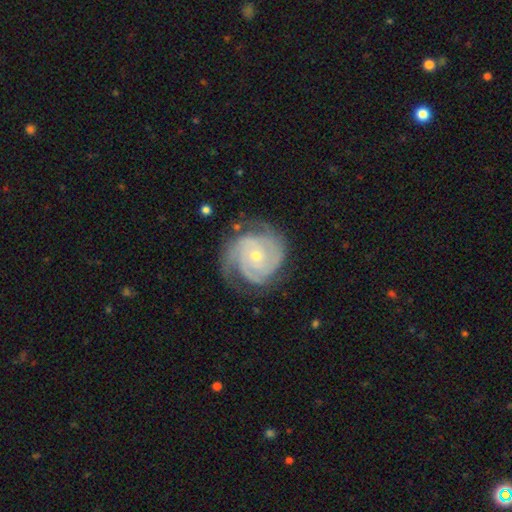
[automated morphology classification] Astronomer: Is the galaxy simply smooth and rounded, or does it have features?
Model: featured or disk — 89%.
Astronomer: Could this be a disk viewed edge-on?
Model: no — 98%.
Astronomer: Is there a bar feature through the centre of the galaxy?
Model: no — 74%.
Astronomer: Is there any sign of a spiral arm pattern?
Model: yes — 98%.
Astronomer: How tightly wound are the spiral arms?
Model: tight — 71%.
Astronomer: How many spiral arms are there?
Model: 3 — 42% (runner-up: 2, 25%).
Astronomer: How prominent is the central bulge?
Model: small — 56% (runner-up: moderate, 41%).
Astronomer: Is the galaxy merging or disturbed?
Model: none — 71%.